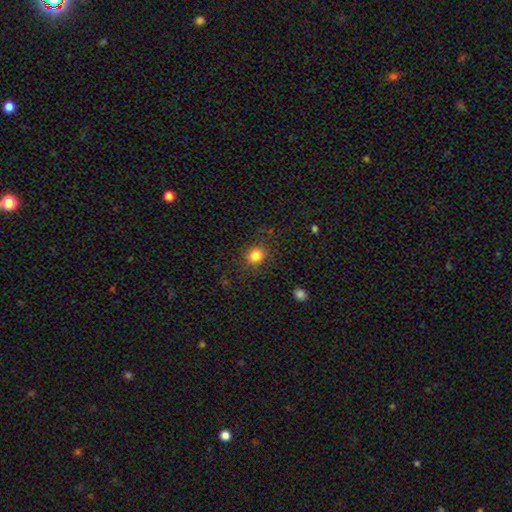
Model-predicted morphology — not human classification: Q: Smooth or featured?
A: smooth (82%); runner-up: star or artifact (12%)
Q: How rounded?
A: round (81%); runner-up: in between (18%)
Q: Merging?
A: none (85%); runner-up: minor disturbance (10%)